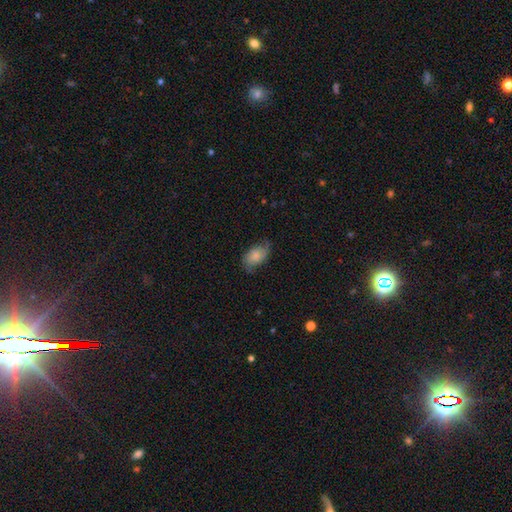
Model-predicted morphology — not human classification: Smooth or featured: smooth — 59% (featured or disk — 33%)
How rounded: in between — 90% (round — 8%)
Merging: none — 61% (minor disturbance — 27%)